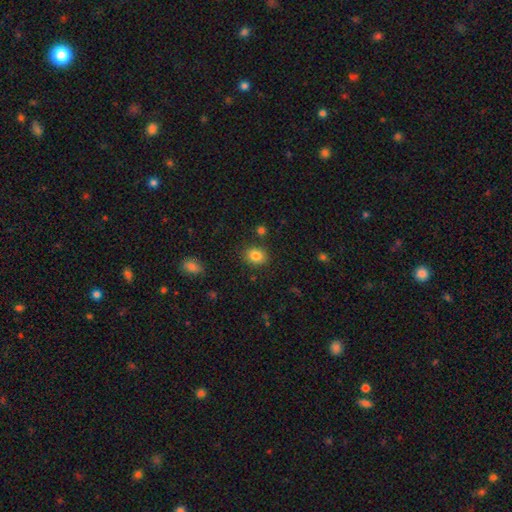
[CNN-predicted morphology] Q: Smooth or featured?
A: smooth (84%); runner-up: star or artifact (10%)
Q: How rounded?
A: round (53%); runner-up: in between (46%)
Q: Merging?
A: none (86%); runner-up: minor disturbance (9%)